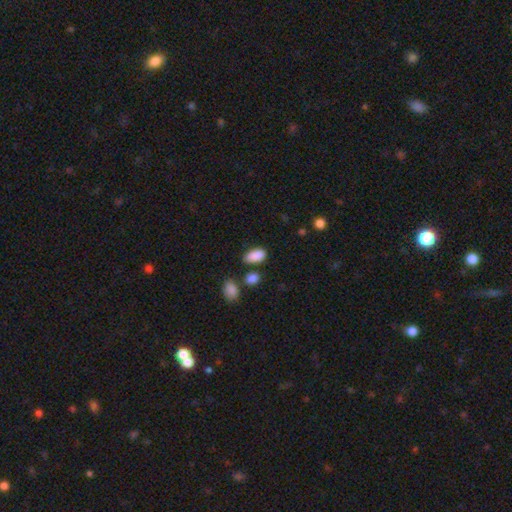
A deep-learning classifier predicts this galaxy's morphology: Smooth or featured? Predicted: smooth (p=0.88). How rounded? Predicted: in between (p=0.93). Merging? Predicted: none (p=0.70).